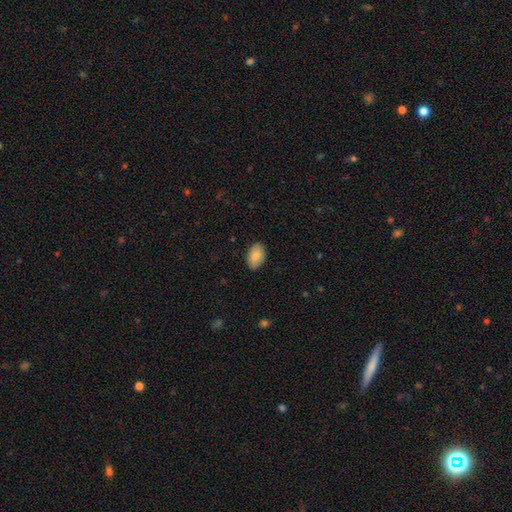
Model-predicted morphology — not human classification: Smooth or featured: smooth — 85% (featured or disk — 8%)
How rounded: in between — 92% (round — 7%)
Merging: none — 86% (minor disturbance — 11%)